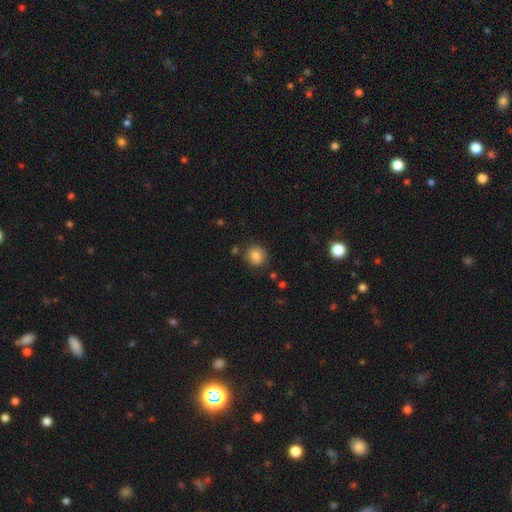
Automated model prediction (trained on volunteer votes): Morphology: type=smooth (83%); roundness=round (81%); merging=none (83%).